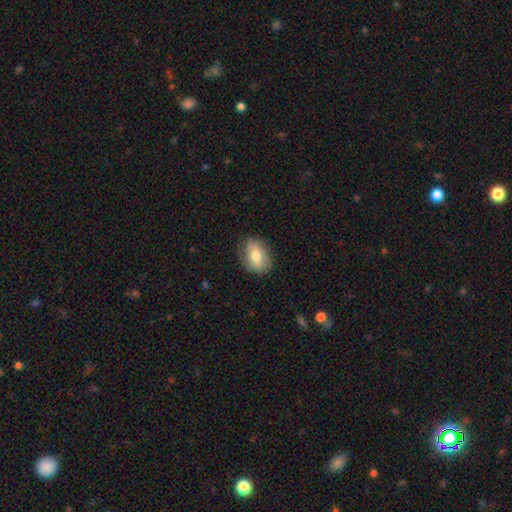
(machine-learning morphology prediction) A smooth galaxy with no disk features (69%) that is in between round and cigar-shaped (77%).

Vote fractions:
- Smooth or featured? smooth: 69% / featured or disk: 24% / star or artifact: 7%
- How rounded? in between: 77% / round: 22% / cigar-shaped: 1%
- Merging? none: 78% / minor disturbance: 17% / major disturbance: 4% / merger: 1%